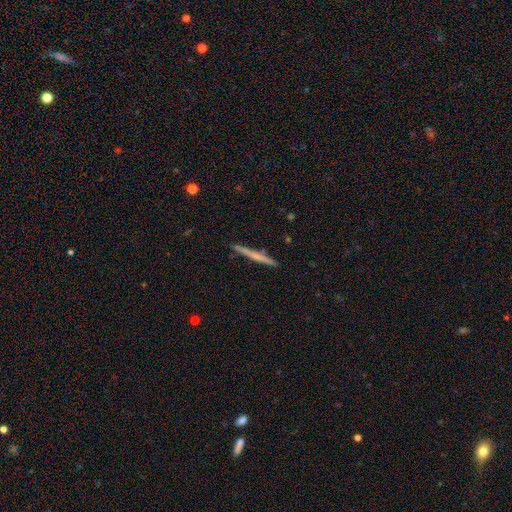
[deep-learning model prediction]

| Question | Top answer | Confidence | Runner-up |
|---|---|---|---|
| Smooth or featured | featured or disk | 50% | smooth (44%) |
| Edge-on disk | yes | 98% | no (2%) |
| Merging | none | 90% | minor disturbance (7%) |